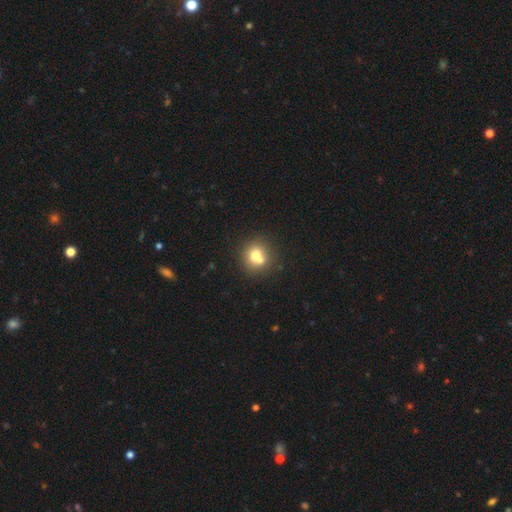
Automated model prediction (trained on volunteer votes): Smooth or featured?
  - smooth: 70% *
  - featured or disk: 19%
  - star or artifact: 12%
How rounded?
  - round: 86% *
  - in between: 13%
  - cigar-shaped: 1%
Merging?
  - none: 51% *
  - merger: 37%
  - minor disturbance: 9%
  - major disturbance: 3%